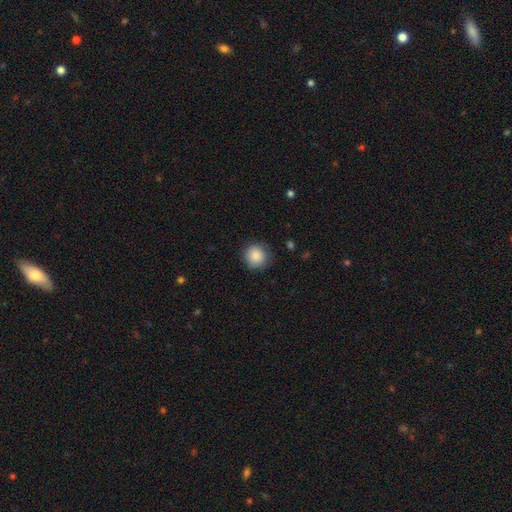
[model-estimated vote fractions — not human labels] A smooth galaxy with no disk features (87%) that is round (94%). Merging: none (85%).